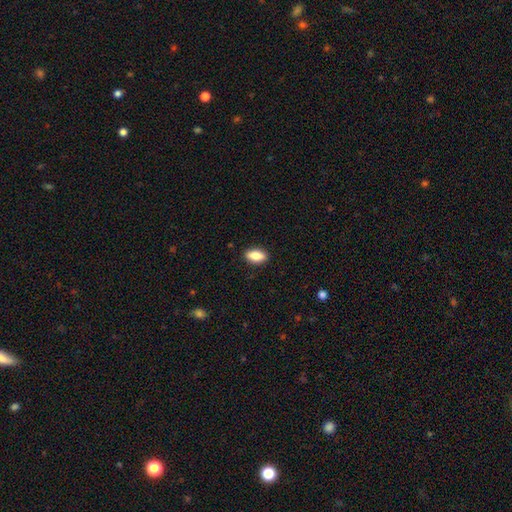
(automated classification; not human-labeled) The model was most divided on "smooth or featured": smooth: 85%, featured or disk: 8%, star or artifact: 7%. More confident: merging — none (89%); how rounded — in between (89%).